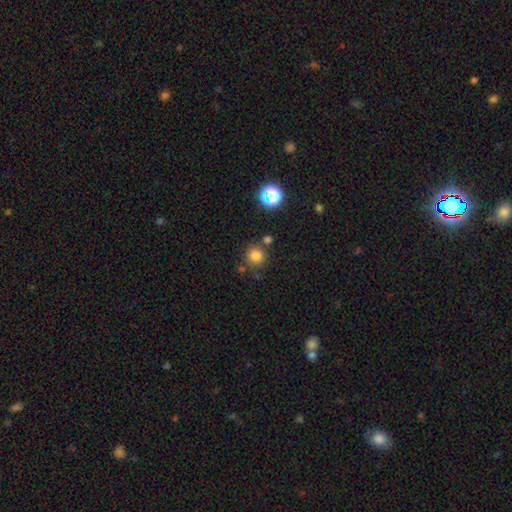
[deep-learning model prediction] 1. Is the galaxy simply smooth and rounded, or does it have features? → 78% smooth, 15% star or artifact, 6% featured or disk.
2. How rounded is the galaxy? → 92% round, 7% in between, 1% cigar-shaped.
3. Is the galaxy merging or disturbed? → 75% none, 11% merger, 10% minor disturbance, 4% major disturbance.